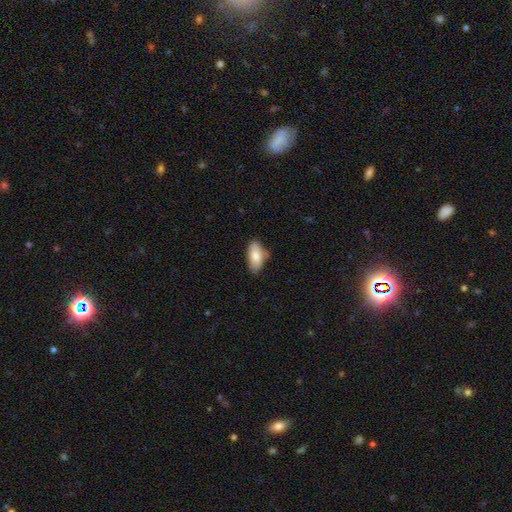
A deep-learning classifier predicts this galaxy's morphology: Smooth or featured?
  - smooth: 81% *
  - featured or disk: 13%
  - star or artifact: 7%
How rounded?
  - in between: 90% *
  - cigar-shaped: 7%
  - round: 3%
Merging?
  - none: 70% *
  - minor disturbance: 22%
  - merger: 5%
  - major disturbance: 4%